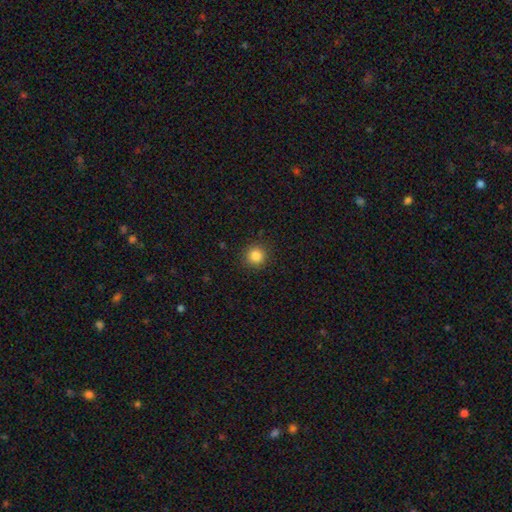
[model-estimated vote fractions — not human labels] smooth 84%, star or artifact 11%, featured or disk 5%. Down the decision tree: how rounded — round (93%); merging — none (91%).